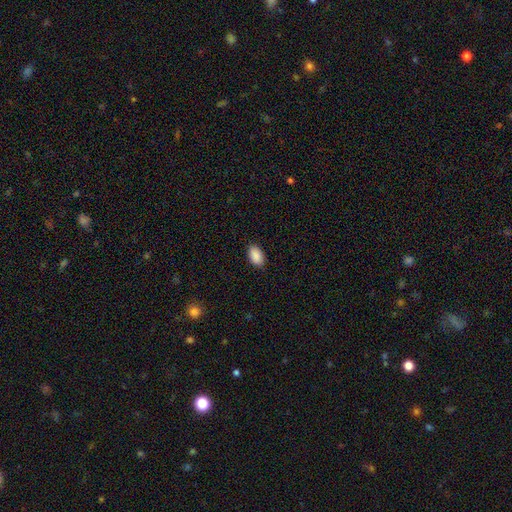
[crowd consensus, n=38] Morphology: type=smooth (89%); roundness=in between (94%); merging=none (80%).